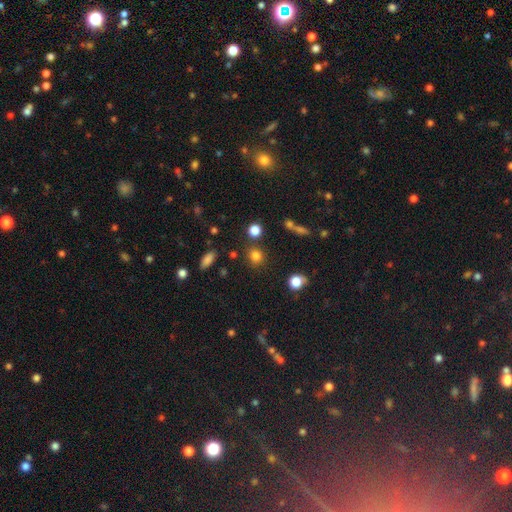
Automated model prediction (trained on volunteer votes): smooth 80%, star or artifact 15%, featured or disk 6%. Down the decision tree: how rounded — round (82%); merging — none (80%).